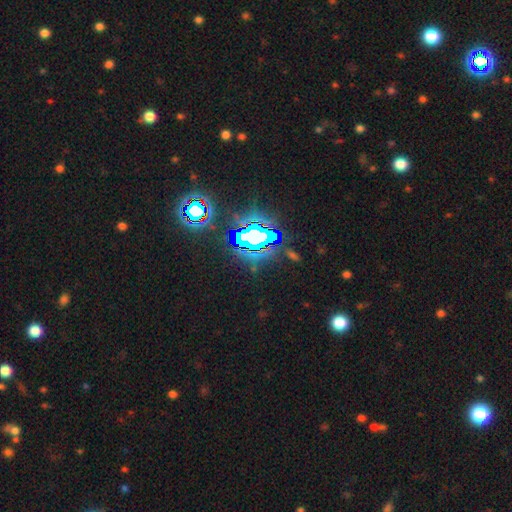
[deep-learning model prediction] This is clearly a star or artifact rather than a galaxy (82%).